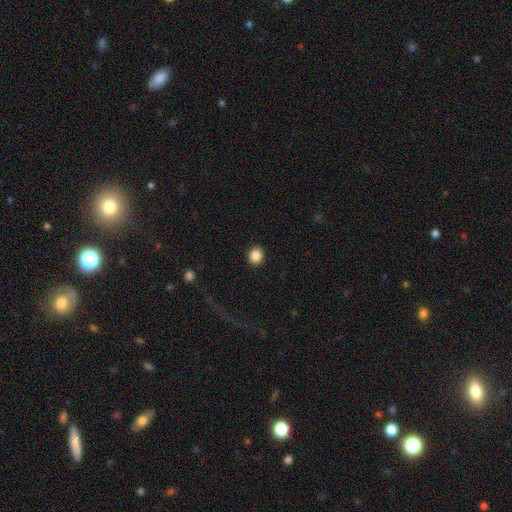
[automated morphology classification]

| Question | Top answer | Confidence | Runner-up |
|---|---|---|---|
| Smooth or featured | smooth | 87% | star or artifact (10%) |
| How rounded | round | 80% | in between (19%) |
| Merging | none | 92% | minor disturbance (5%) |